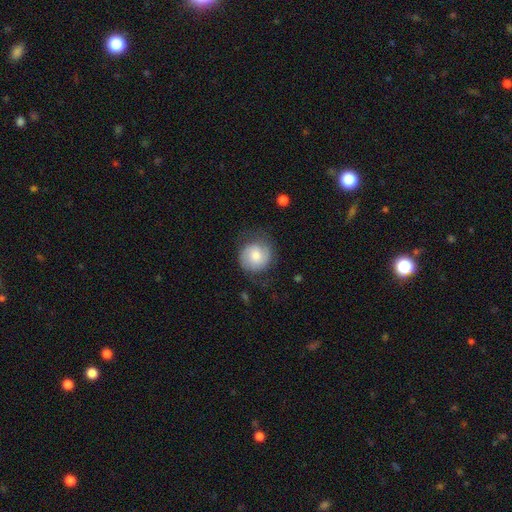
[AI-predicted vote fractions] Q: Smooth or featured?
A: smooth (49%); runner-up: featured or disk (44%)
Q: Merging?
A: none (68%); runner-up: minor disturbance (20%)